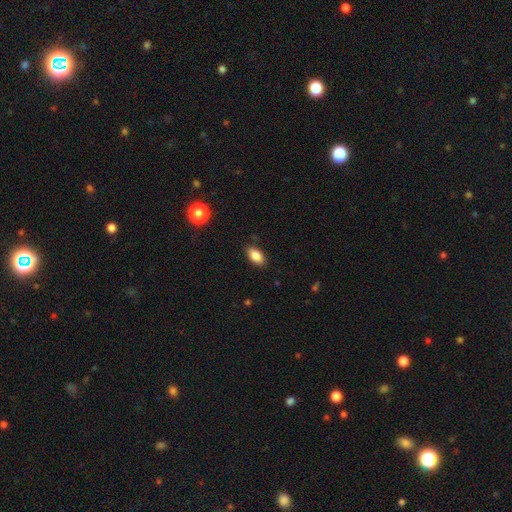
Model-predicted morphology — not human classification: Smooth or featured?
  - smooth: 86% *
  - star or artifact: 8%
  - featured or disk: 6%
How rounded?
  - in between: 91% *
  - round: 5%
  - cigar-shaped: 4%
Merging?
  - none: 87% *
  - minor disturbance: 10%
  - major disturbance: 2%
  - merger: 1%